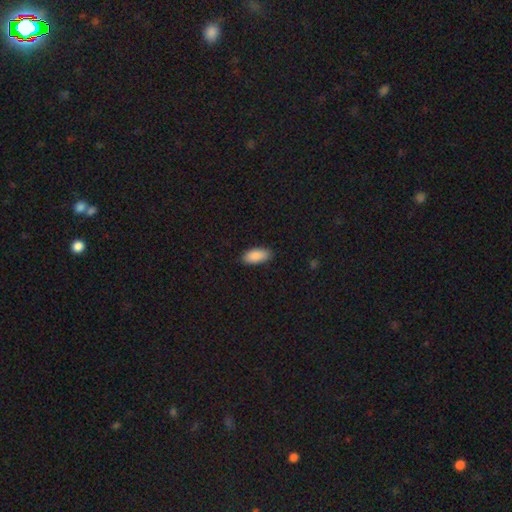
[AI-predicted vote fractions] A smooth galaxy with no disk features (90%) that is in between round and cigar-shaped (92%).

Vote fractions:
- Smooth or featured? smooth: 90% / star or artifact: 6% / featured or disk: 3%
- How rounded? in between: 92% / cigar-shaped: 6% / round: 2%
- Merging? none: 87% / minor disturbance: 10% / major disturbance: 2% / merger: 1%